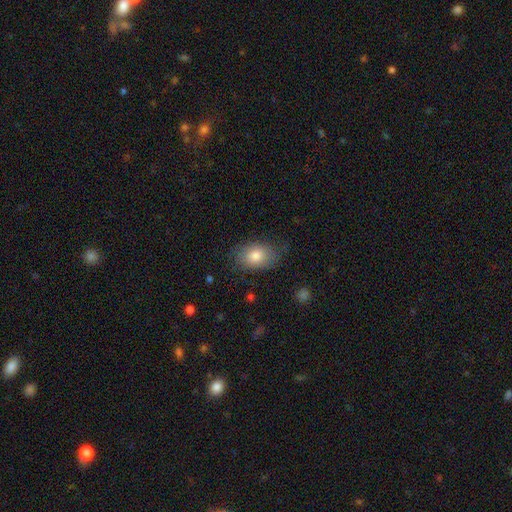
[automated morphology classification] The model was most divided on "merging": none: 74%, minor disturbance: 19%, major disturbance: 5%, merger: 1%. More confident: how rounded — in between (84%); smooth or featured — smooth (80%).